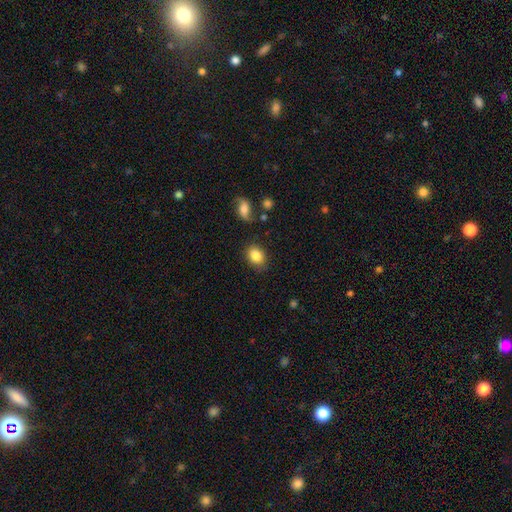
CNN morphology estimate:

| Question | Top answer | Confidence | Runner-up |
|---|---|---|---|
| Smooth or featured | smooth | 85% | star or artifact (8%) |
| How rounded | in between | 66% | round (32%) |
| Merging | none | 81% | minor disturbance (13%) |